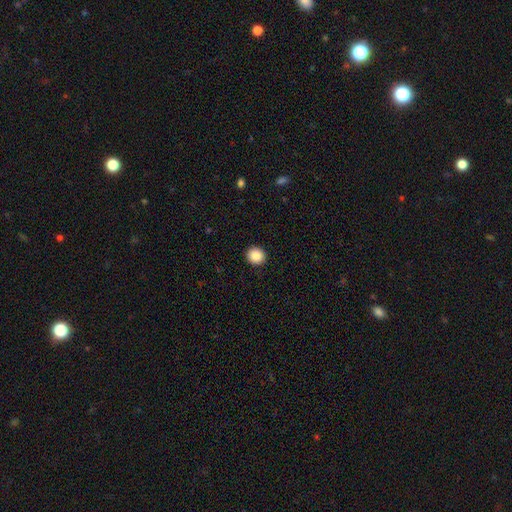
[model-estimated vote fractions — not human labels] Smooth or featured? Predicted: smooth (p=0.87). How rounded? Predicted: round (p=0.88). Merging? Predicted: none (p=0.93).